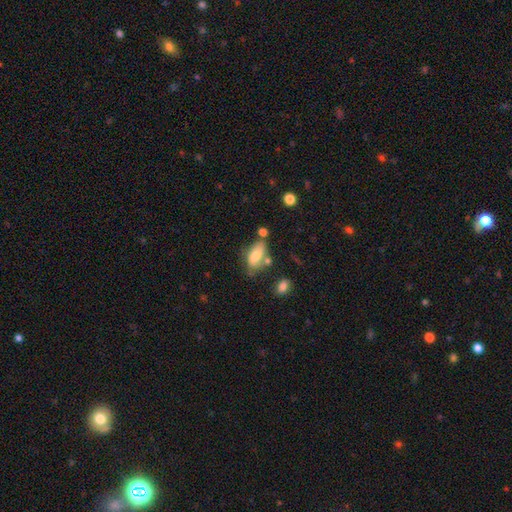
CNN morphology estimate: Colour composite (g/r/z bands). It shows a smooth galaxy with no disk features (70%) that is in between round and cigar-shaped (88%). Merging: none (47%).